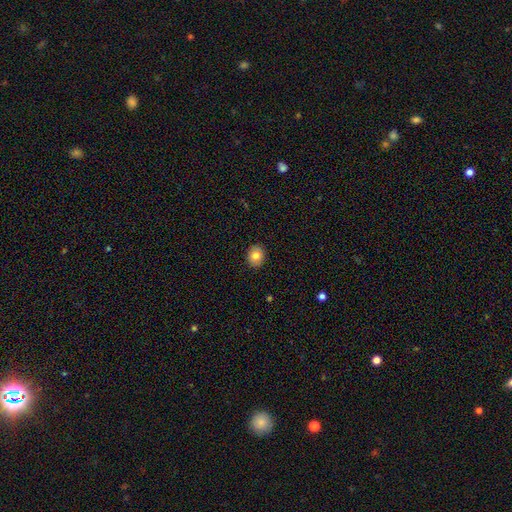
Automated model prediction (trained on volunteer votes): Q: Smooth or featured?
A: smooth (80%); runner-up: featured or disk (11%)
Q: How rounded?
A: round (59%); runner-up: in between (40%)
Q: Merging?
A: none (90%); runner-up: minor disturbance (7%)